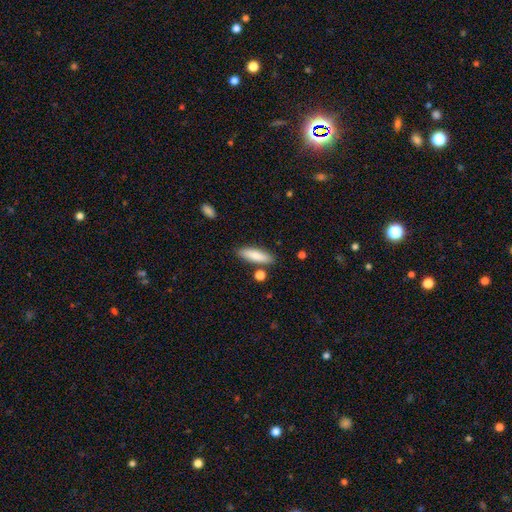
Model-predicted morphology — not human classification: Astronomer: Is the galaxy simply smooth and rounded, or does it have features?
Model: smooth — 82%.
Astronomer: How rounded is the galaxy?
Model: cigar-shaped — 58% (runner-up: in between, 40%).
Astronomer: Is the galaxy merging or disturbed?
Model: none — 83%.